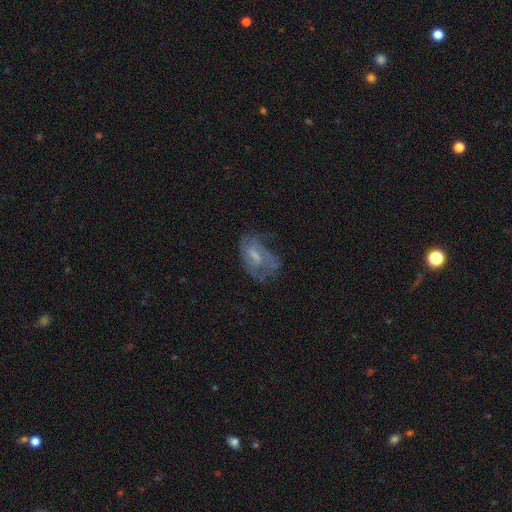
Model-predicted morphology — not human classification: A featured or disk galaxy (59%) with a weak bar (48%), spiral arms (63%) and a small central bulge (37%). Merging: none (38%).